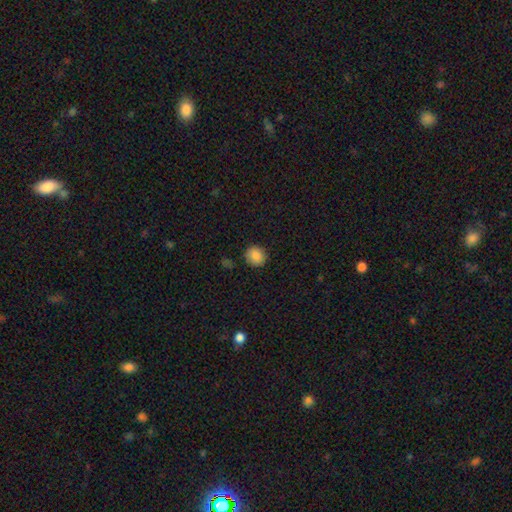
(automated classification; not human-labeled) Q: Smooth or featured?
A: smooth (87%); runner-up: star or artifact (9%)
Q: How rounded?
A: round (87%); runner-up: in between (12%)
Q: Merging?
A: none (87%); runner-up: minor disturbance (9%)